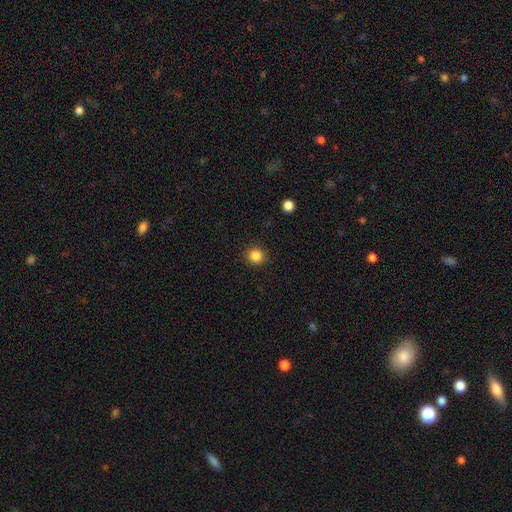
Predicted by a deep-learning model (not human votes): smooth 85%, star or artifact 11%, featured or disk 4%. Down the decision tree: how rounded — round (91%); merging — none (91%).